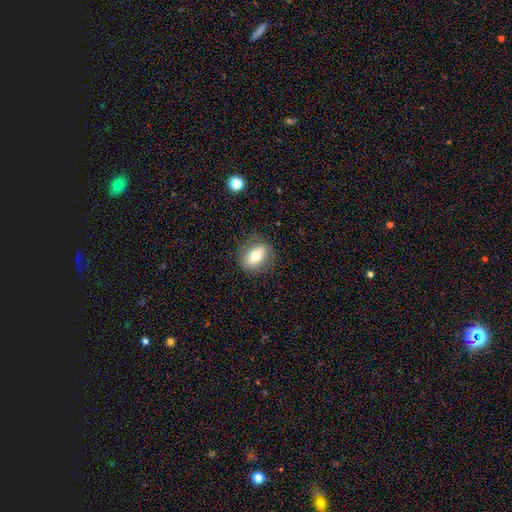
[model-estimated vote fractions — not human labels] Morphology: type=smooth (65%); roundness=in between (71%); merging=none (82%).